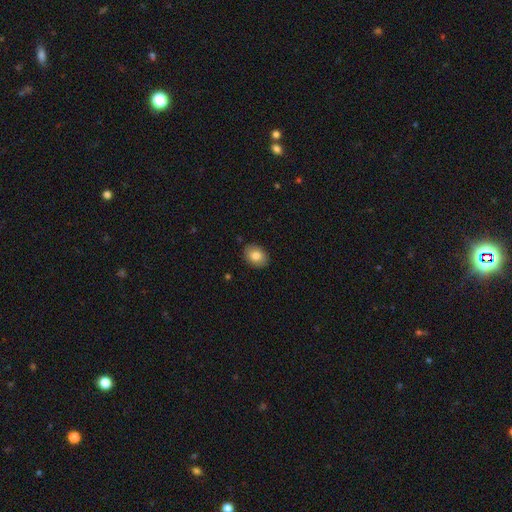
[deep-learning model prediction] smooth-or-featured: smooth: 83% | featured or disk: 10% | star or artifact: 8%
  how-rounded: in between: 63% | round: 36% | cigar-shaped: 1%
  merging: none: 87% | minor disturbance: 10% | major disturbance: 2% | merger: 1%